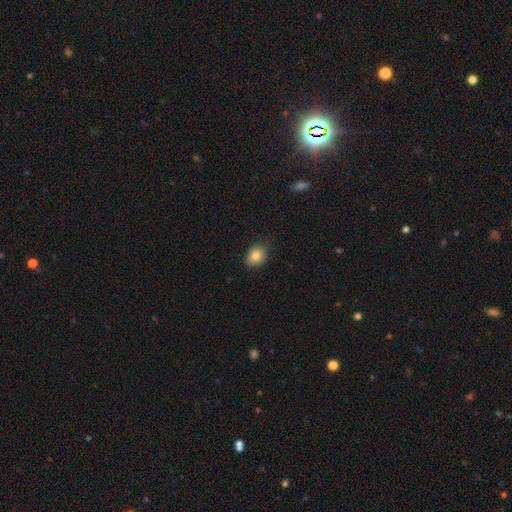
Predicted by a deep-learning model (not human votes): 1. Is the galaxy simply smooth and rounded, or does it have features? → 82% smooth, 9% star or artifact, 9% featured or disk.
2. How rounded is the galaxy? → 60% in between, 38% round, 1% cigar-shaped.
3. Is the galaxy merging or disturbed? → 72% none, 23% minor disturbance, 4% major disturbance, 1% merger.